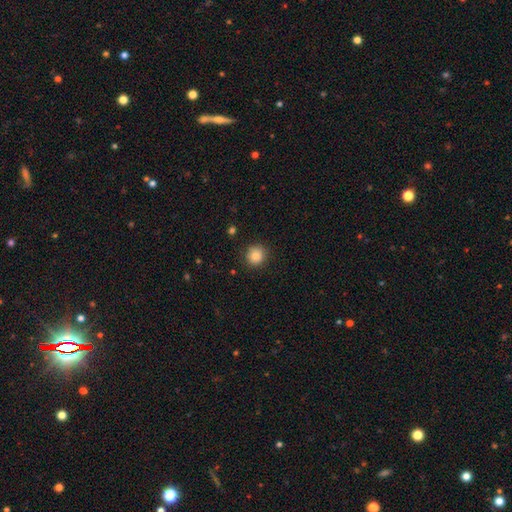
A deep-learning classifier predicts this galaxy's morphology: A smooth galaxy with no disk features (85%) that is round (89%).

Vote fractions:
- Smooth or featured? smooth: 85% / star or artifact: 10% / featured or disk: 5%
- How rounded? round: 89% / in between: 10% / cigar-shaped: 1%
- Merging? none: 87% / minor disturbance: 9% / major disturbance: 3% / merger: 1%